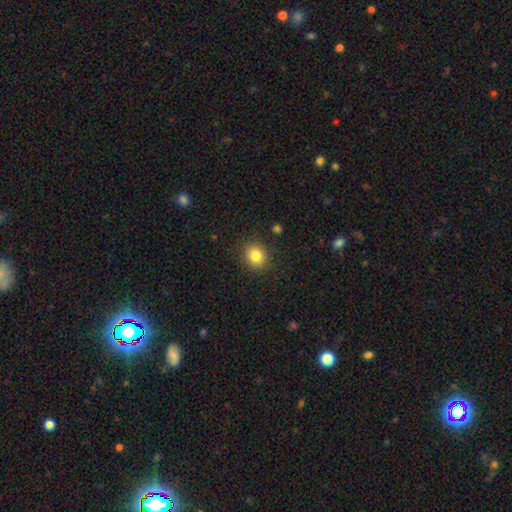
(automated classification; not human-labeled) This is clearly a smooth galaxy (83%). How rounded: likely round (78%). Merging: clearly none (88%).